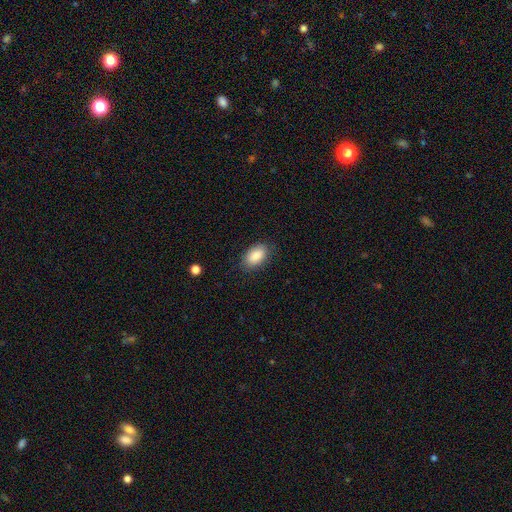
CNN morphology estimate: This is clearly a smooth galaxy (87%). How rounded: clearly in between (93%). Merging: clearly none (84%).